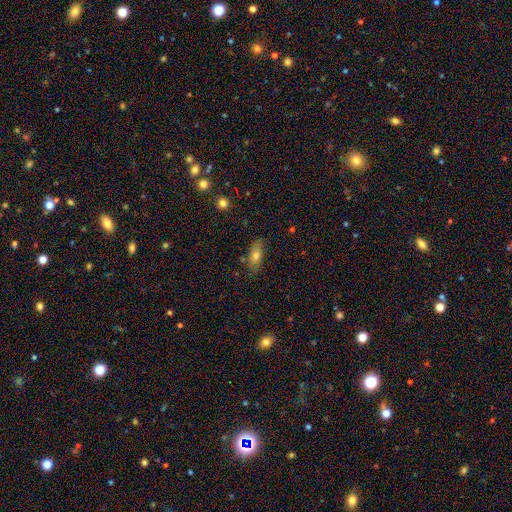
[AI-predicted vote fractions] This is likely a smooth galaxy (70%). How rounded: likely in between (78%). Merging: likely none (79%).